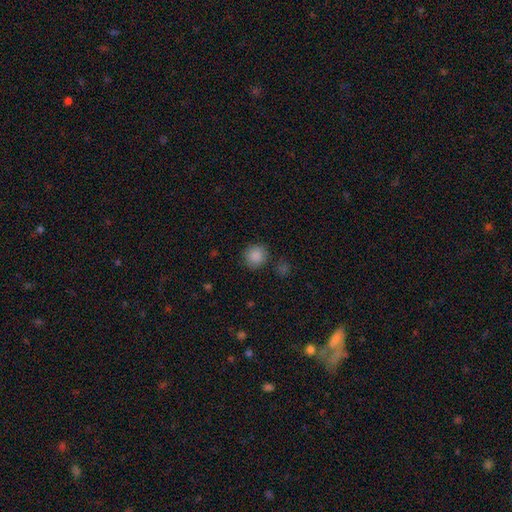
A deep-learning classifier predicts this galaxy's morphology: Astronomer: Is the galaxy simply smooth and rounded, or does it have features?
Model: smooth — 88%.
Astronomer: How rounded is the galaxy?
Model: round — 91%.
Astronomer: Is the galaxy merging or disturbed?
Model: none — 85%.